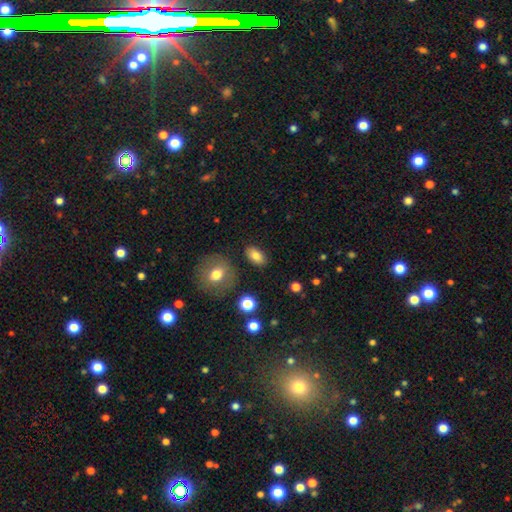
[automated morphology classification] The model was most divided on "smooth or featured": smooth: 82%, featured or disk: 9%, star or artifact: 9%. More confident: how rounded — in between (88%); merging — none (86%).